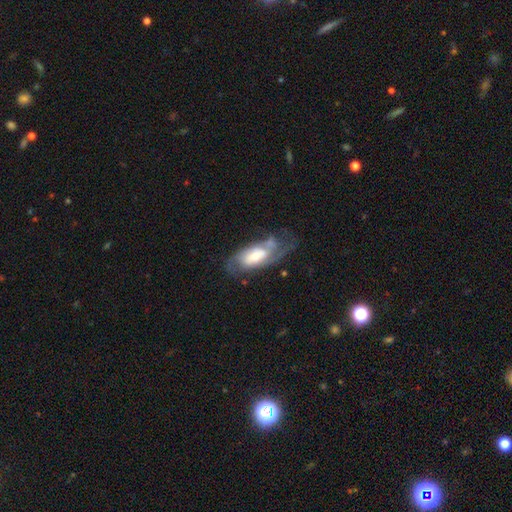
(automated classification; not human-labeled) smooth-or-featured: featured or disk: 69% | smooth: 25% | star or artifact: 6%
  disk-edge-on: no: 91% | yes: 9%
    bar: no: 48% | weak: 36% | strong: 16%
    has-spiral-arms: yes: 83% | no: 17%
      spiral-winding: medium: 43% | tight: 36% | loose: 21%
      spiral-arm-count: 2: 53% | can't tell: 29% | 3: 8% | 1: 7% | 4: 2% | more than 4: 2%
    bulge-size: moderate: 45% | small: 31% | large: 18% | none: 4% | dominant: 2%
  merging: none: 43% | major disturbance: 25% | minor disturbance: 25% | merger: 6%